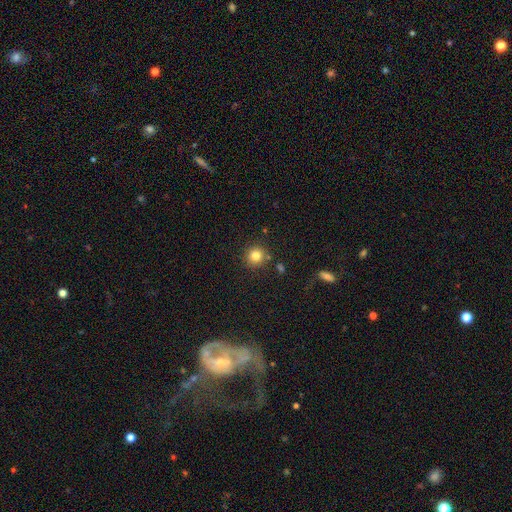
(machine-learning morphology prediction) Overall: smooth (82%). How rounded: round (93%). Merging: none (85%).